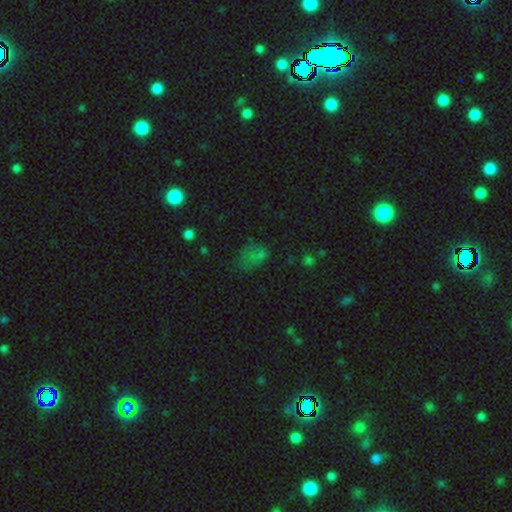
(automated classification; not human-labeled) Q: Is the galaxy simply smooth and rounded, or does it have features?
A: smooth — 58%.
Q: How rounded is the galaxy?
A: in between — 73%.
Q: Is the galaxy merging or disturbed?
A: none — 36%.